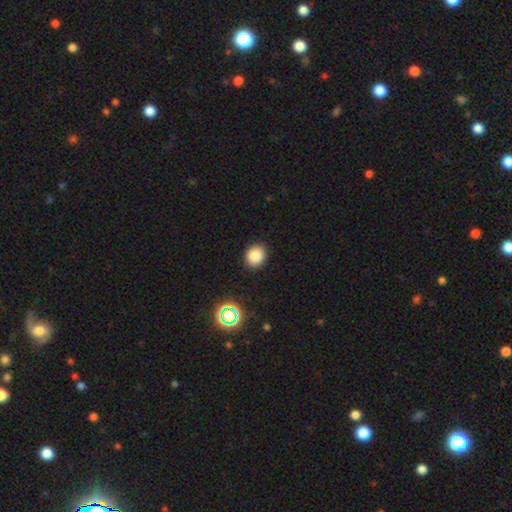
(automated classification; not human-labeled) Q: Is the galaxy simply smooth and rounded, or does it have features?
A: smooth — 84%.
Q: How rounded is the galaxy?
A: round — 70%.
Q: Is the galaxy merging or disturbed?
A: none — 90%.